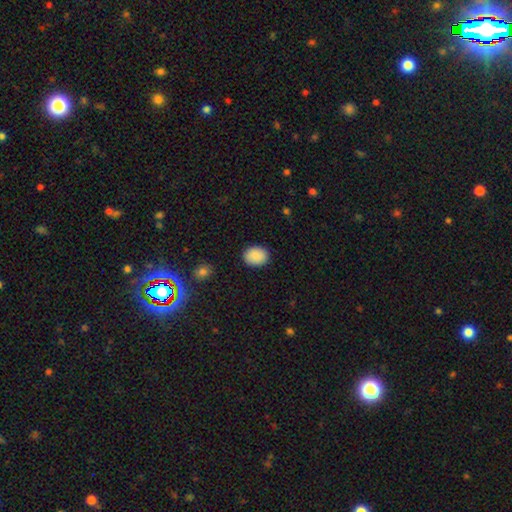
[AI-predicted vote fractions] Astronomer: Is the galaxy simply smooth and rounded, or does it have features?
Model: smooth — 90%.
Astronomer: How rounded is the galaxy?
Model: in between — 55% (runner-up: round, 44%).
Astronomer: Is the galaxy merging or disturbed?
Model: none — 89%.